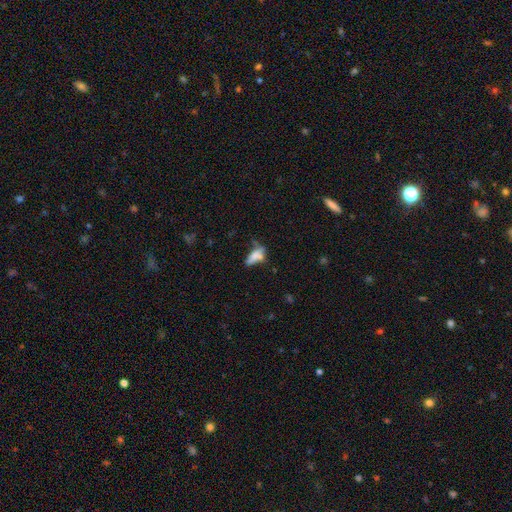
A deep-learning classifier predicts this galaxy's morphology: The model was most divided on "merging": none: 29%, major disturbance: 26%, minor disturbance: 23%, merger: 21%. More confident: how rounded — in between (72%); smooth or featured — smooth (62%).